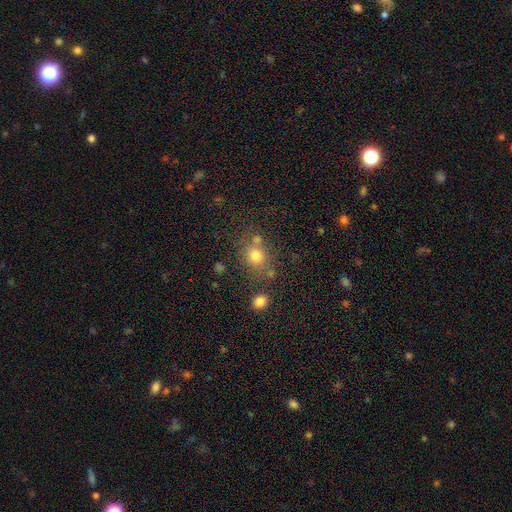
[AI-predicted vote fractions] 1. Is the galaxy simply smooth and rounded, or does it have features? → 75% smooth, 15% star or artifact, 10% featured or disk.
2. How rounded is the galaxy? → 71% round, 28% in between, 1% cigar-shaped.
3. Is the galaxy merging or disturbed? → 65% none, 16% merger, 14% minor disturbance, 6% major disturbance.